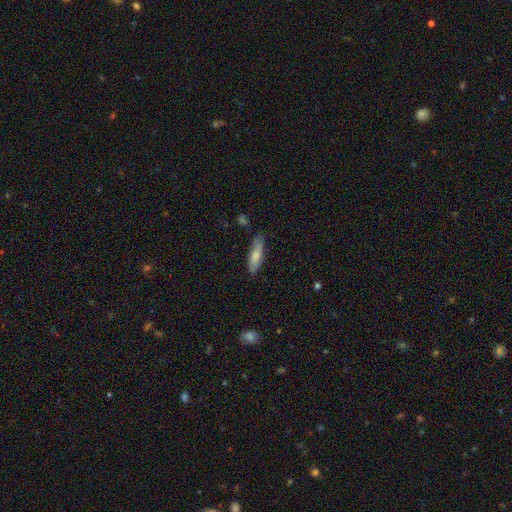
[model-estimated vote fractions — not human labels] Smooth or featured? smooth (74%)
How rounded? cigar-shaped (57%)
Merging? none (74%)